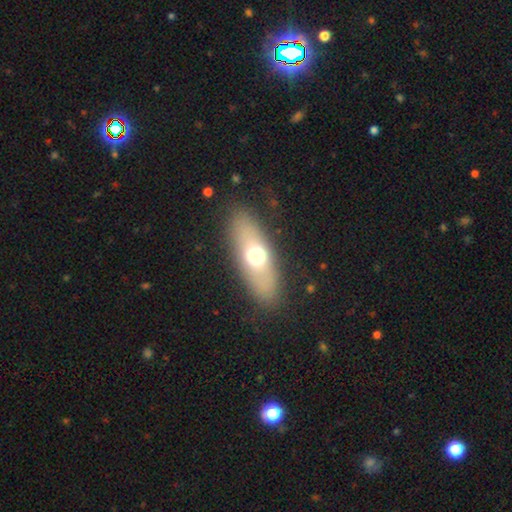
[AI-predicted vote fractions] Smooth or featured?
  - smooth: 60% *
  - featured or disk: 29%
  - star or artifact: 11%
How rounded?
  - in between: 68% *
  - cigar-shaped: 24%
  - round: 9%
Merging?
  - none: 85% *
  - minor disturbance: 9%
  - major disturbance: 5%
  - merger: 1%